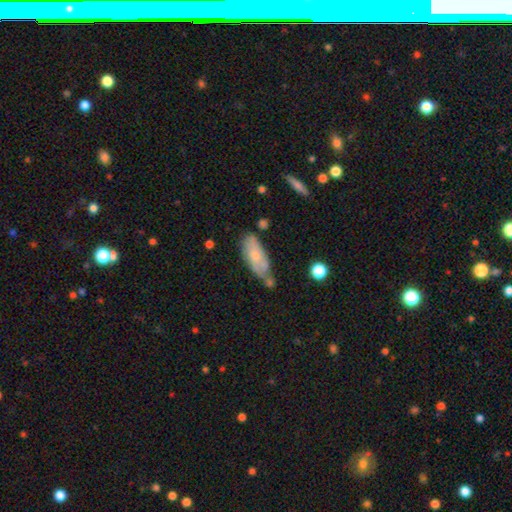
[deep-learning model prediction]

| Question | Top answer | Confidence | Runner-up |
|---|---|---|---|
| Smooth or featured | smooth | 64% | featured or disk (29%) |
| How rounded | in between | 76% | cigar-shaped (22%) |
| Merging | none | 52% | minor disturbance (29%) |